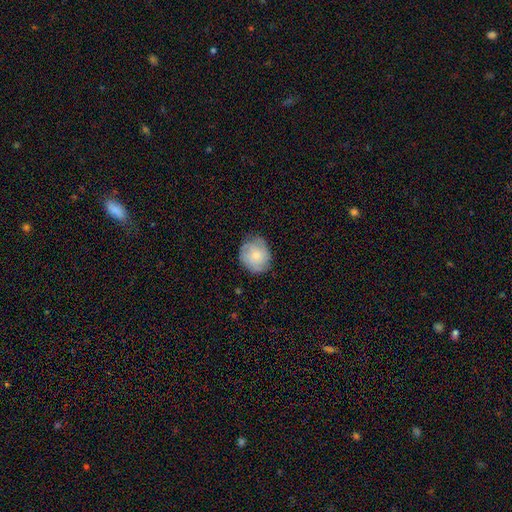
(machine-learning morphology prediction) This appears to be a smooth galaxy with no disk features (65%) that is round (70%). Merging: none (72%).